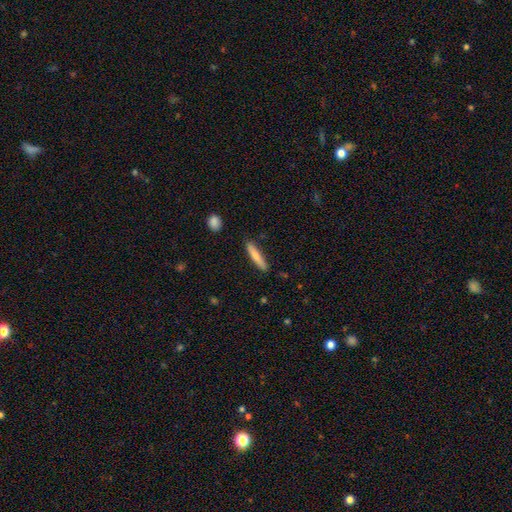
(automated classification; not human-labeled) The model was most divided on "smooth or featured": smooth: 75%, featured or disk: 20%, star or artifact: 6%. More confident: how rounded — cigar-shaped (89%); merging — none (86%).